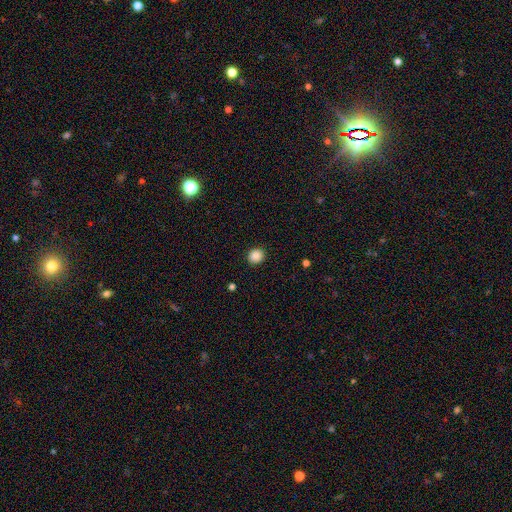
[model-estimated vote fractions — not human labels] The model was most divided on "how rounded": round: 85%, in between: 14%, cigar-shaped: 1%. More confident: merging — none (92%); smooth or featured — smooth (87%).